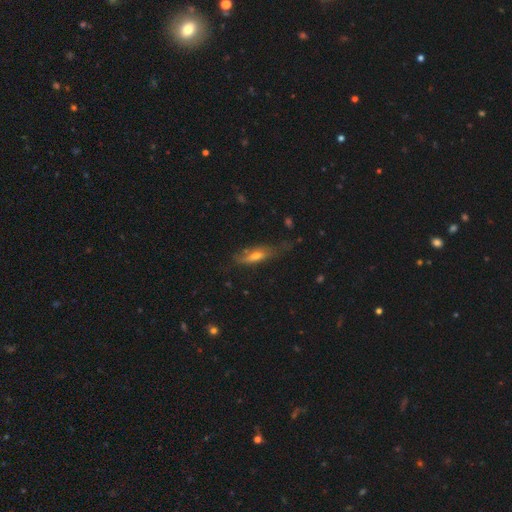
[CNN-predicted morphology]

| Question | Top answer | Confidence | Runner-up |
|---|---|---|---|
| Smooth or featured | smooth | 52% | featured or disk (39%) |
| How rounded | cigar-shaped | 54% | in between (44%) |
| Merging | none | 56% | minor disturbance (29%) |